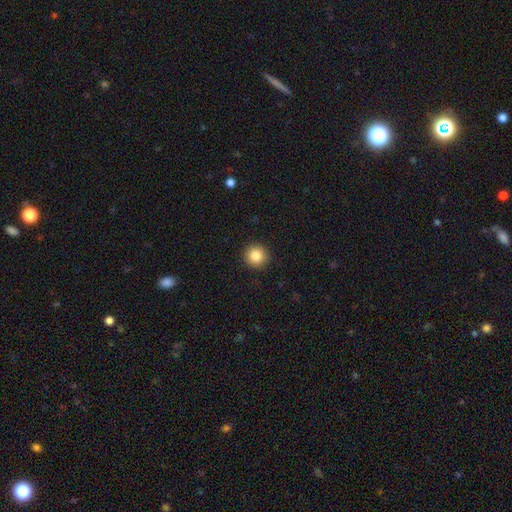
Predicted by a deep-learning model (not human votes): smooth_or_featured: smooth (p=0.84) [alt: star or artifact p=0.10]
how_rounded: round (p=0.95) [alt: in between p=0.04]
merging: none (p=0.92) [alt: minor disturbance p=0.05]